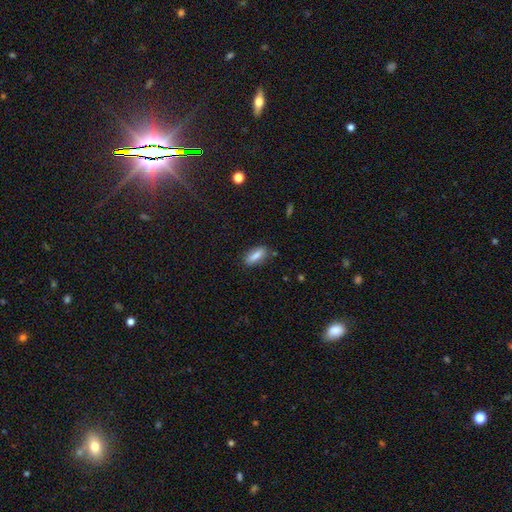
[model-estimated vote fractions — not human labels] The model was most divided on "how rounded": in between: 67%, cigar-shaped: 30%, round: 3%. More confident: merging — none (80%); smooth or featured — smooth (80%).